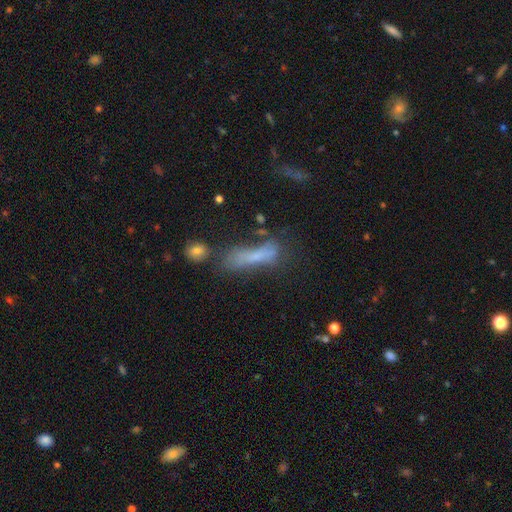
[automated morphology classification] Smooth or featured? smooth (59%)
How rounded? cigar-shaped (69%)
Merging? none (42%)